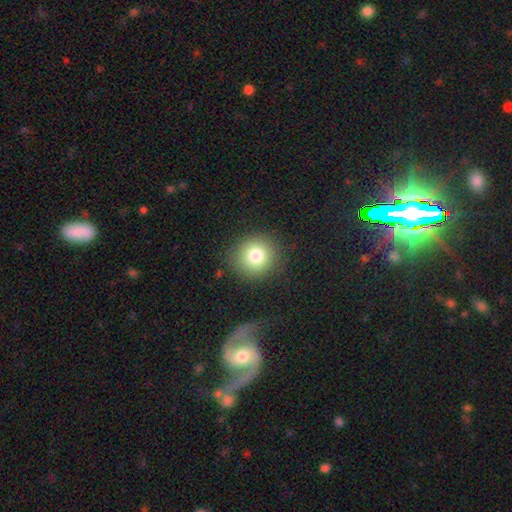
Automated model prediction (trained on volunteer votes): Smooth or featured? Predicted: smooth (p=0.80). How rounded? Predicted: round (p=0.91). Merging? Predicted: none (p=0.87).